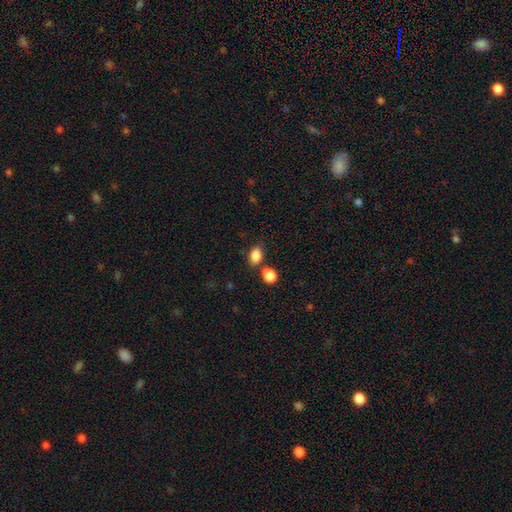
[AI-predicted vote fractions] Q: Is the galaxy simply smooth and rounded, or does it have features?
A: smooth — 86%.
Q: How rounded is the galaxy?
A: in between — 84%.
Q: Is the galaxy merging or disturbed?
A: none — 59%.